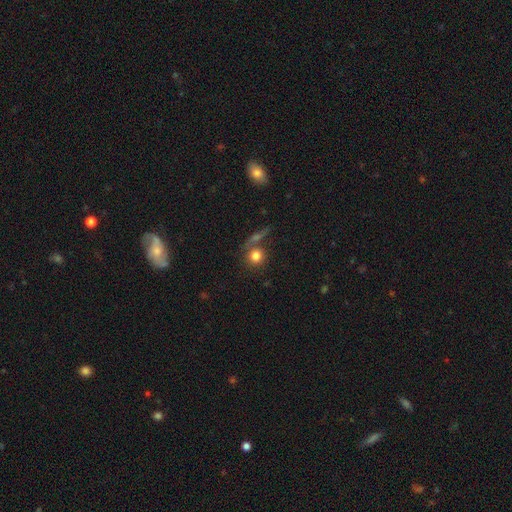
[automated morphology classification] type=smooth (79%); roundness=round (89%); merging=none (59%).